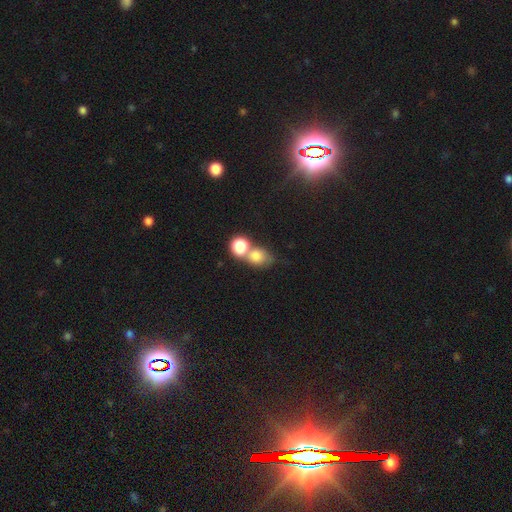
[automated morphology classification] Smooth or featured? smooth (75%)
How rounded? round (60%)
Merging? merger (51%)